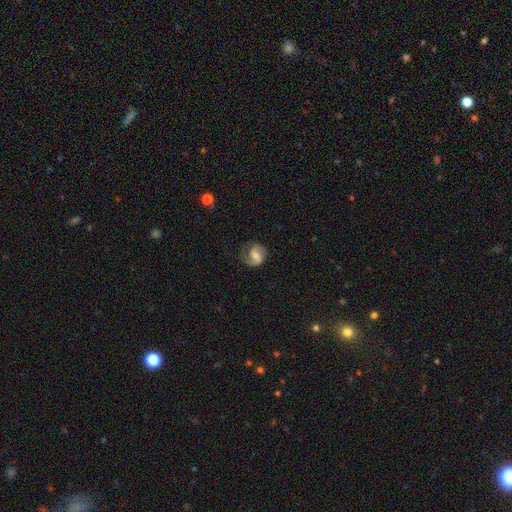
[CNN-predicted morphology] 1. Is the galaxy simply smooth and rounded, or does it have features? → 68% featured or disk, 25% smooth, 7% star or artifact.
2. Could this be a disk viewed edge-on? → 98% no, 2% yes.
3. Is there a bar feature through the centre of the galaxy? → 48% weak, 33% no, 18% strong.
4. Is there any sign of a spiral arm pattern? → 93% yes, 7% no.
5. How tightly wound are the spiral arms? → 47% medium, 29% tight, 25% loose.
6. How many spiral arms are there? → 75% 2, 16% 1, 6% can't tell, 1% 3, 1% 4, 1% more than 4.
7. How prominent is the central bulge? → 50% moderate, 34% small, 8% none, 7% large, 1% dominant.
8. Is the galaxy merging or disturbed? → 69% none, 19% minor disturbance, 10% major disturbance, 1% merger.